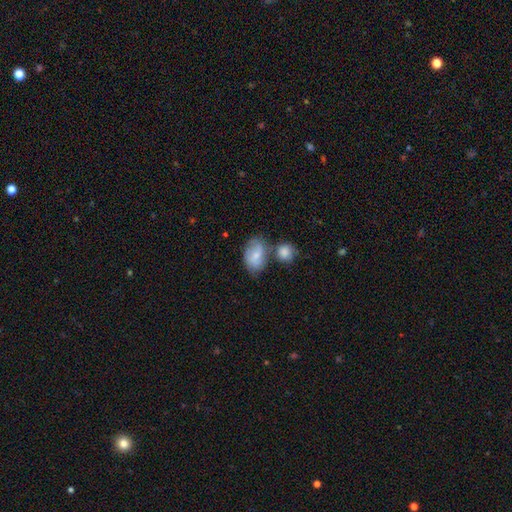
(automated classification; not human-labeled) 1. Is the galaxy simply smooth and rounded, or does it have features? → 64% smooth, 29% featured or disk, 7% star or artifact.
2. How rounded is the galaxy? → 82% in between, 16% round, 2% cigar-shaped.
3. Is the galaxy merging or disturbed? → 43% none, 27% merger, 22% minor disturbance, 8% major disturbance.